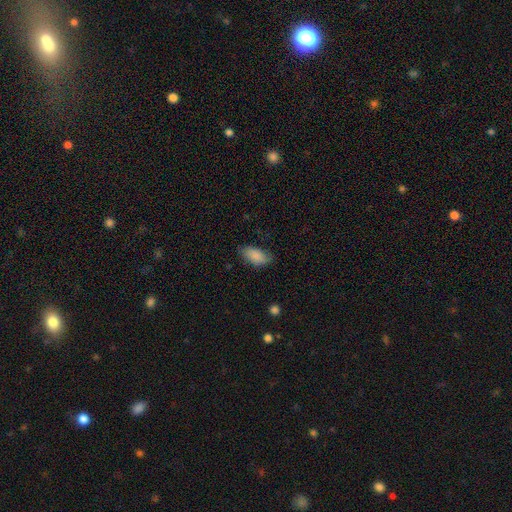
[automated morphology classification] smooth_or_featured: smooth (p=0.87) [alt: star or artifact p=0.07]
how_rounded: in between (p=0.93) [alt: cigar-shaped p=0.04]
merging: none (p=0.74) [alt: minor disturbance p=0.21]